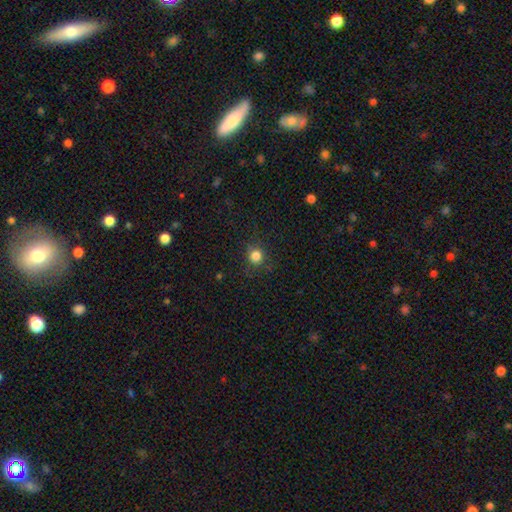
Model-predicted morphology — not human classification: A smooth galaxy with no disk features (82%) that is round (91%).

Vote fractions:
- Smooth or featured? smooth: 82% / star or artifact: 13% / featured or disk: 5%
- How rounded? round: 91% / in between: 8% / cigar-shaped: 1%
- Merging? none: 86% / minor disturbance: 10% / major disturbance: 3% / merger: 1%